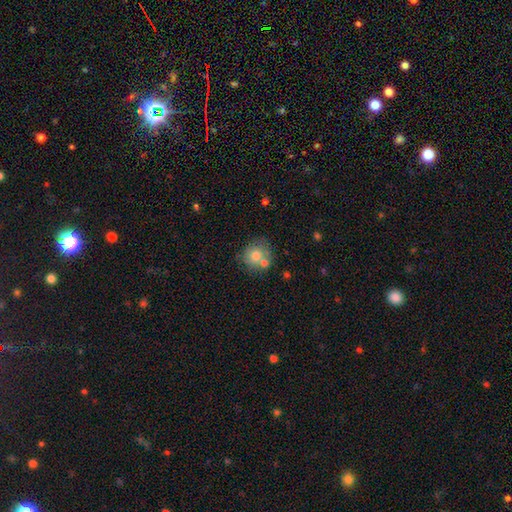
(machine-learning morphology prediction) Overall: smooth (74%). How rounded: round (85%). Merging: none (61%; merger 21%).